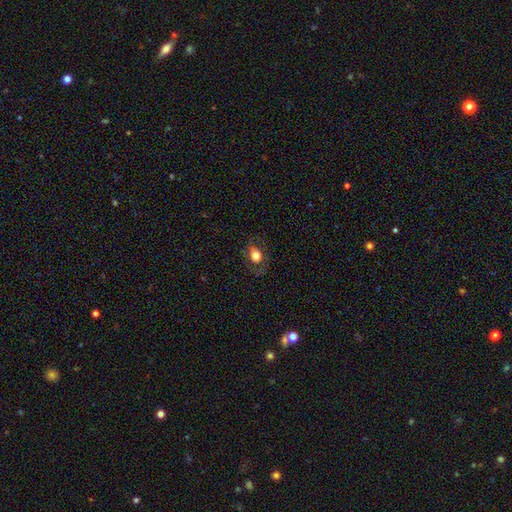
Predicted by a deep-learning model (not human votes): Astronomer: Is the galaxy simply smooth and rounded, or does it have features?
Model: smooth — 67%.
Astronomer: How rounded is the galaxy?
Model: in between — 53% (runner-up: round, 46%).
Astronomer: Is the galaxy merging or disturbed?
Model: none — 73%.